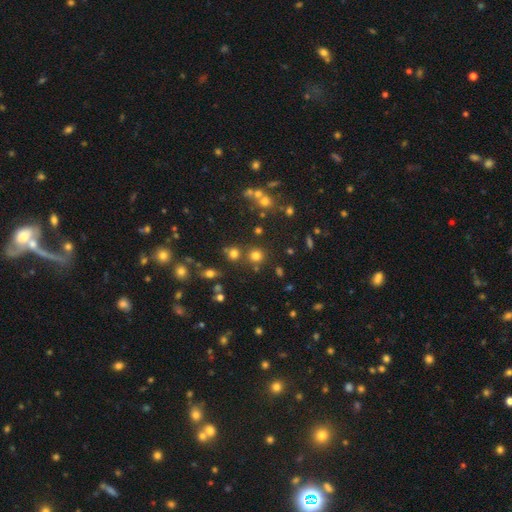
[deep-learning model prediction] This appears to be a smooth galaxy with no disk features (71%) that is round (91%). Merging: none (78%).